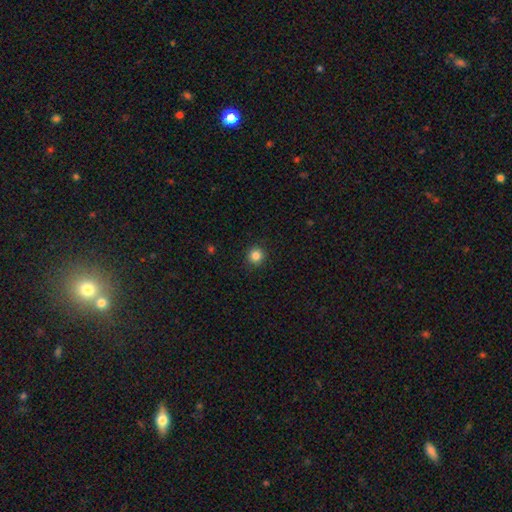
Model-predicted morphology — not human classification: smooth-or-featured: smooth: 85% | star or artifact: 11% | featured or disk: 4%
  how-rounded: round: 94% | in between: 5% | cigar-shaped: 1%
  merging: none: 92% | minor disturbance: 5% | major disturbance: 2% | merger: 1%